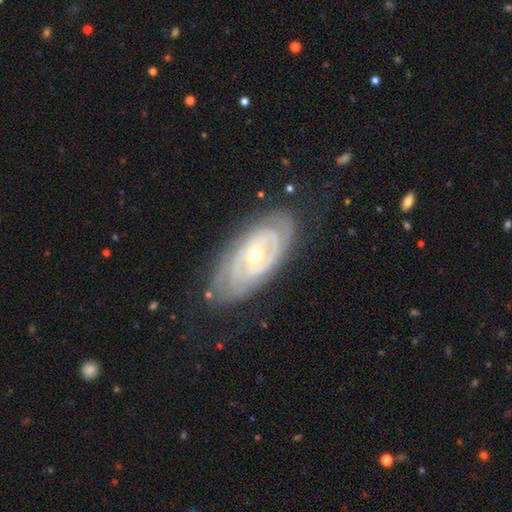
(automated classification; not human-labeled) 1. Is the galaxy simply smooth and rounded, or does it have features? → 84% featured or disk, 11% smooth, 5% star or artifact.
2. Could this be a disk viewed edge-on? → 93% no, 7% yes.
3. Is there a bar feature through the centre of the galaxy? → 68% no, 23% weak, 9% strong.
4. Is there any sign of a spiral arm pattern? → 85% yes, 15% no.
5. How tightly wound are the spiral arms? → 78% tight, 17% medium, 5% loose.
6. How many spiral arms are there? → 39% can't tell, 37% 2, 11% 3, 5% 4, 5% 1, 4% more than 4.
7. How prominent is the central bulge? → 55% small, 42% moderate, 2% large, 1% none, 1% dominant.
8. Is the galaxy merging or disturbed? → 75% none, 17% minor disturbance, 6% major disturbance, 1% merger.